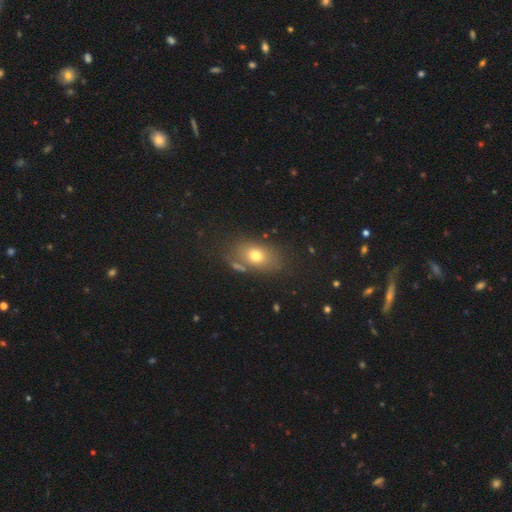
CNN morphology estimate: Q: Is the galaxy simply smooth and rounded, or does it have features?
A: smooth — 71%.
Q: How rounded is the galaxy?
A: in between — 76%.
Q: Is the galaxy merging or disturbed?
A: none — 71%.